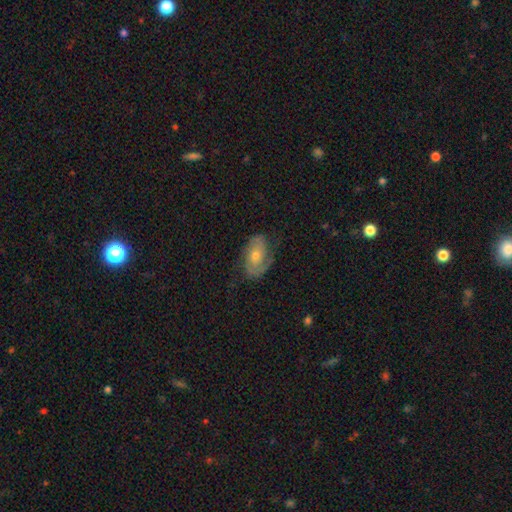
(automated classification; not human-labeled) featured or disk 73%, smooth 20%, star or artifact 7%. Down the decision tree: edge-on disk — no (95%); bar — no (71%); spiral arms — yes (90%); spiral arm count — 2 (71%); spiral winding — tight (43%); bulge size — moderate (53%); merging — none (70%).